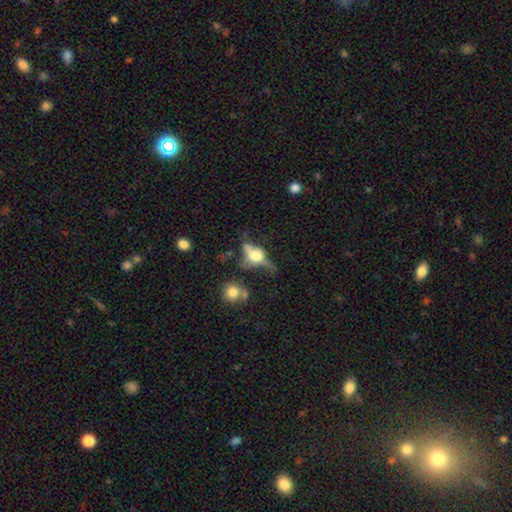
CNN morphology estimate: Smooth or featured? Predicted: featured or disk (p=0.53). Edge-on disk? Predicted: yes (p=0.57). Merging? Predicted: none (p=0.34).